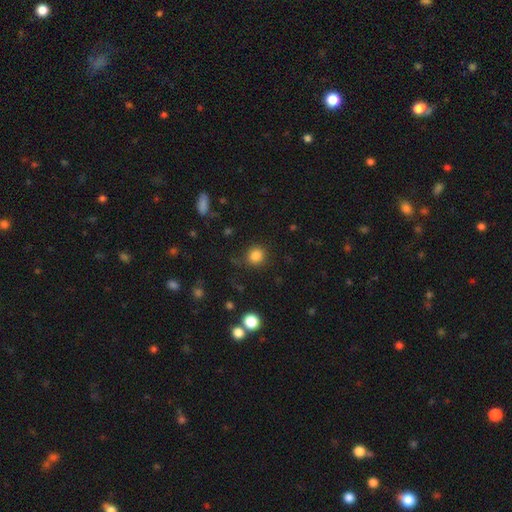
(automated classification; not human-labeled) smooth-or-featured: smooth: 84% | star or artifact: 12% | featured or disk: 5%
  how-rounded: round: 90% | in between: 9% | cigar-shaped: 1%
  merging: none: 84% | minor disturbance: 10% | major disturbance: 4% | merger: 2%